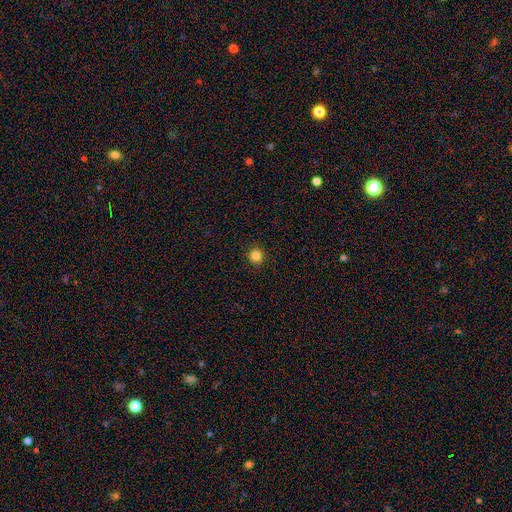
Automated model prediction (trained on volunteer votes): smooth 84%, star or artifact 12%, featured or disk 4%. Down the decision tree: how rounded — round (95%); merging — none (93%).